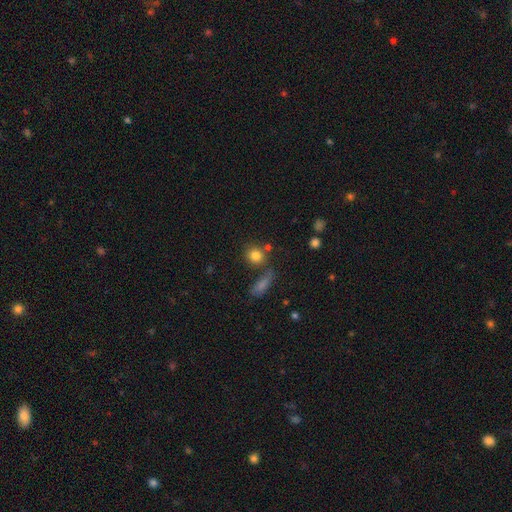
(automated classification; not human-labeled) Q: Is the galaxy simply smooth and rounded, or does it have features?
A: smooth — 81%.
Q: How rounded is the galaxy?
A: round — 77%.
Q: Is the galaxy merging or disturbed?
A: none — 66%.